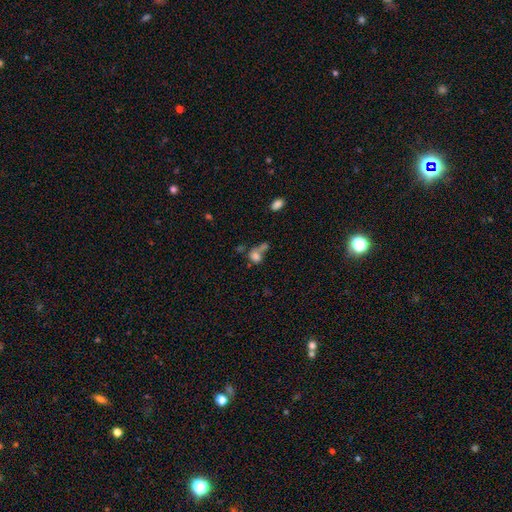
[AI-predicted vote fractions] Smooth or featured: smooth — 72% (featured or disk — 14%)
How rounded: round — 49% (in between — 48%)
Merging: merger — 48% (none — 26%)